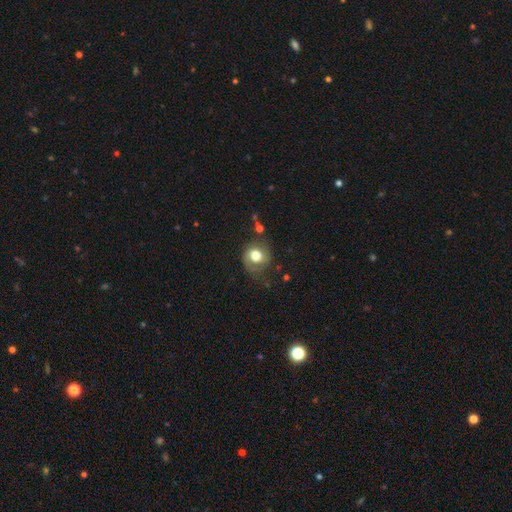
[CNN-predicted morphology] type=smooth (58%); roundness=round (75%); merging=none (58%).